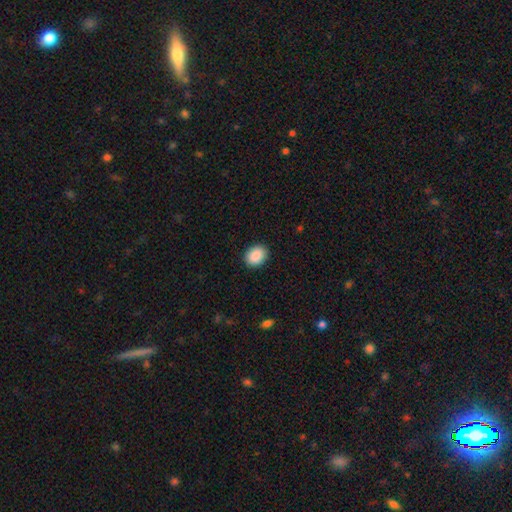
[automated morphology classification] smooth 90%, star or artifact 7%, featured or disk 3%. Down the decision tree: how rounded — in between (59%); merging — none (90%).